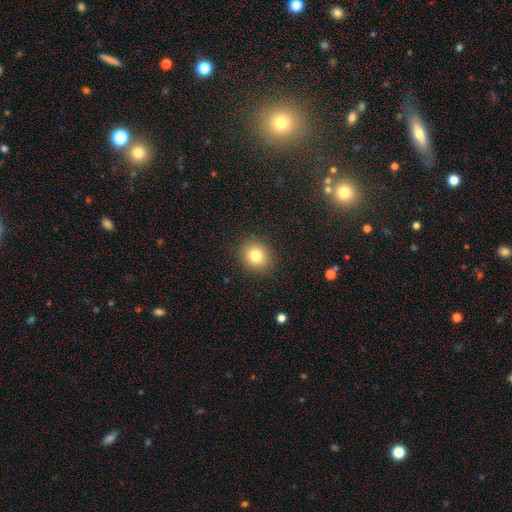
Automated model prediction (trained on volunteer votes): This appears to be a smooth galaxy with no disk features (81%) that is round (74%). Merging: none (88%).